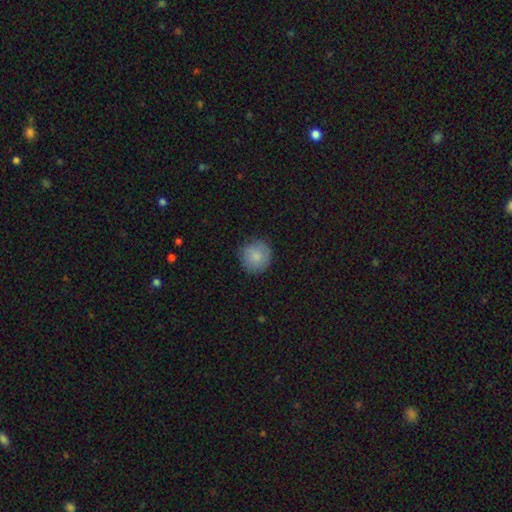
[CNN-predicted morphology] Smooth or featured: smooth — 85% (featured or disk — 8%)
How rounded: round — 92% (in between — 7%)
Merging: none — 84% (minor disturbance — 13%)